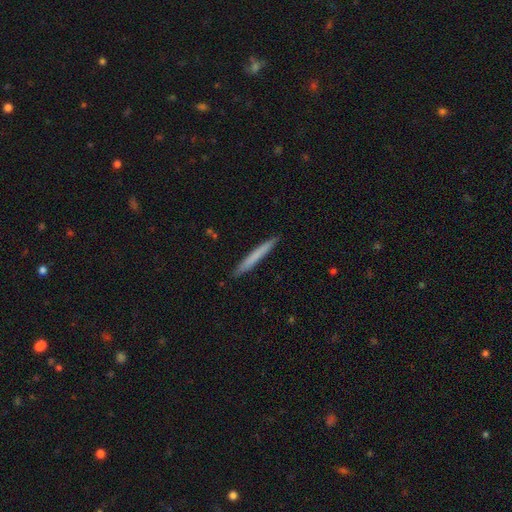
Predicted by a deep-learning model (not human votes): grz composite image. It shows a smooth galaxy with no disk features (69%) that is cigar-shaped (97%). Merging: none (91%).